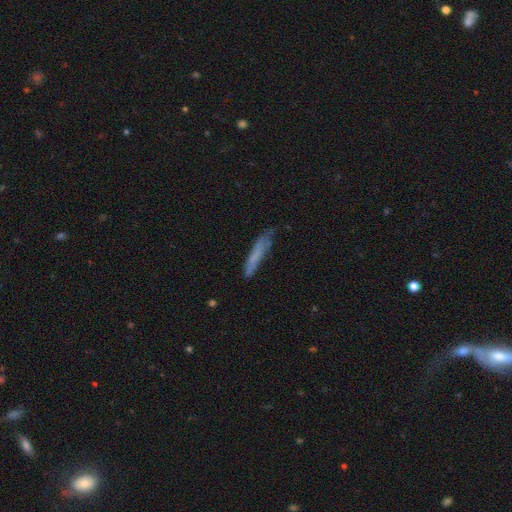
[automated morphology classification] Smooth or featured?
  - smooth: 65% *
  - featured or disk: 27%
  - star or artifact: 8%
How rounded?
  - cigar-shaped: 92% *
  - in between: 7%
  - round: 1%
Merging?
  - none: 70% *
  - minor disturbance: 22%
  - major disturbance: 6%
  - merger: 2%